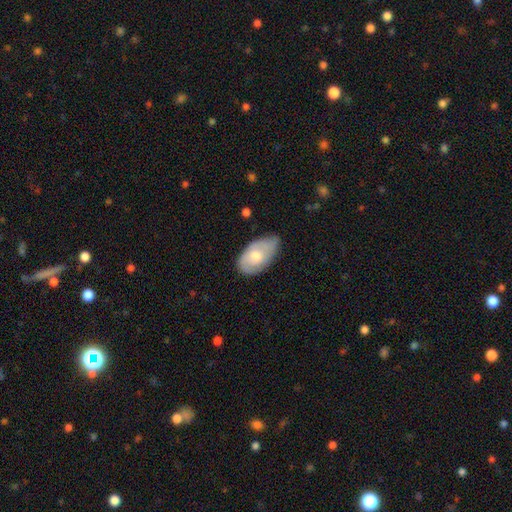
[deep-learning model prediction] smooth_or_featured: smooth (p=0.64) [alt: featured or disk p=0.31]
how_rounded: in between (p=0.93) [alt: round p=0.05]
merging: none (p=0.50) [alt: minor disturbance p=0.39]